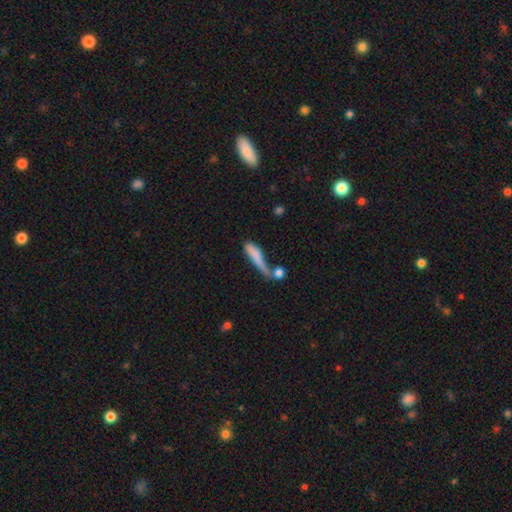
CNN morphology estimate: This appears to be a smooth galaxy with no disk features (71%) that is cigar-shaped (71%). Merging: merger (35%).